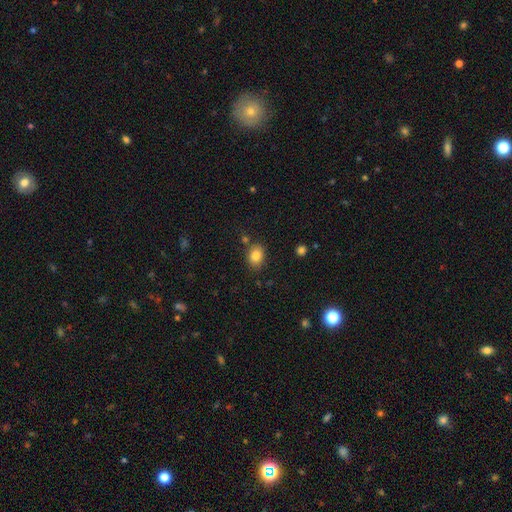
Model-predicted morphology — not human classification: smooth 83%, star or artifact 10%, featured or disk 7%. Down the decision tree: how rounded — in between (64%); merging — none (79%).